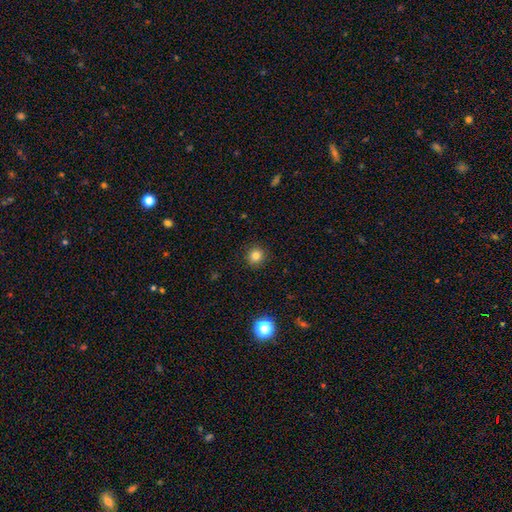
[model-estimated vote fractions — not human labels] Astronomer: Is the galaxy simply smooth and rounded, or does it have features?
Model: smooth — 82%.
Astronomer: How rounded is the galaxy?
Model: round — 92%.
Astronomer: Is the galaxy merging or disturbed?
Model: none — 91%.